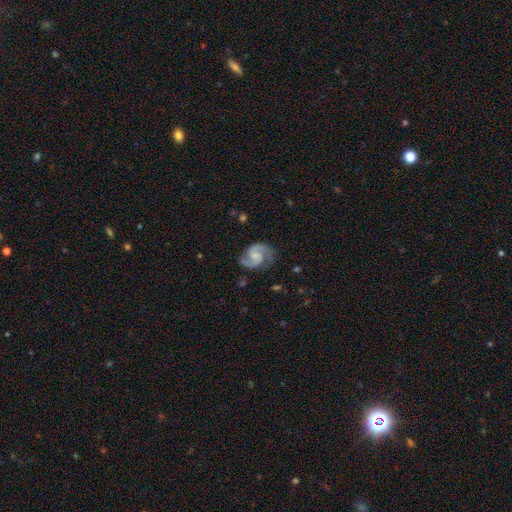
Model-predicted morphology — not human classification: smooth_or_featured: featured or disk (p=0.92) [alt: smooth p=0.04]
disk_edge_on: no (p=0.98) [alt: yes p=0.02]
bar: no (p=0.52) [alt: weak p=0.40]
has_spiral_arms: yes (p=0.98) [alt: no p=0.02]
spiral_winding: medium (p=0.61) [alt: tight p=0.25]
spiral_arm_count: 2 (p=0.94) [alt: can't tell p=0.02]
bulge_size: small (p=0.46) [alt: moderate p=0.28]
merging: none (p=0.80) [alt: minor disturbance p=0.14]